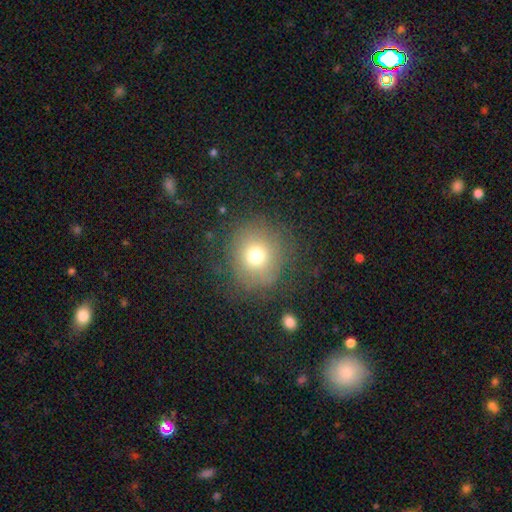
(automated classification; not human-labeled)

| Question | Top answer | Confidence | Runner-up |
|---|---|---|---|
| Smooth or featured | smooth | 71% | star or artifact (15%) |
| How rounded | round | 88% | in between (11%) |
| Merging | none | 77% | minor disturbance (13%) |